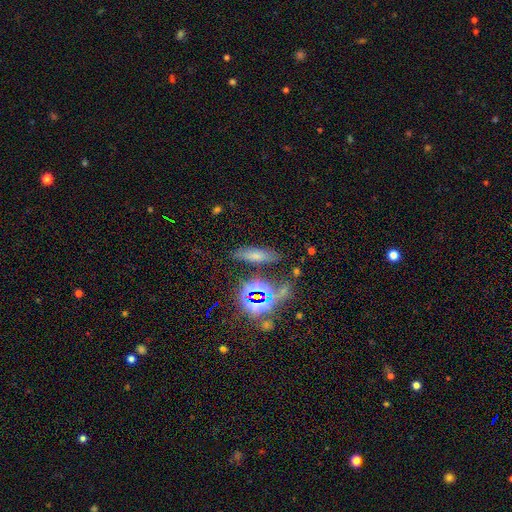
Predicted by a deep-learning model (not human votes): Smooth or featured?
  - smooth: 58% *
  - star or artifact: 24%
  - featured or disk: 18%
How rounded?
  - cigar-shaped: 58% *
  - in between: 36%
  - round: 6%
Merging?
  - none: 77% *
  - minor disturbance: 13%
  - major disturbance: 5%
  - merger: 5%